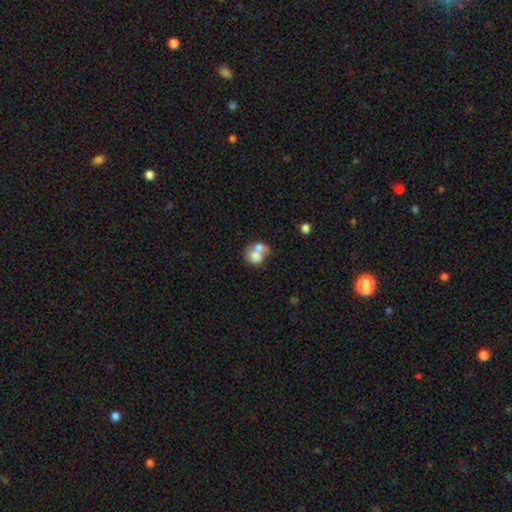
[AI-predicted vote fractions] Smooth or featured? smooth (70%)
How rounded? round (60%)
Merging? merger (65%)